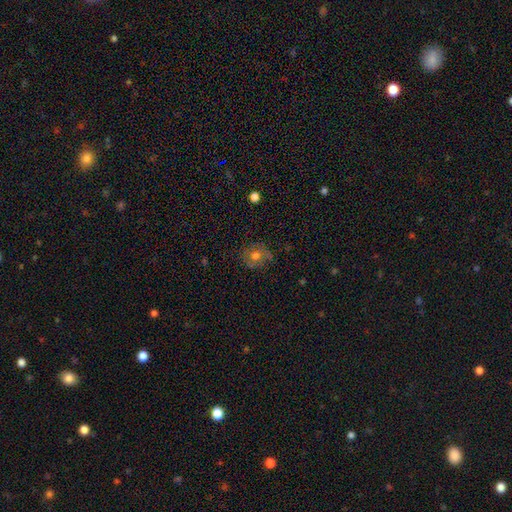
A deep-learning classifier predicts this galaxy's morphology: This is likely a smooth galaxy (62%). How rounded: likely round (78%). Merging: likely none (73%).